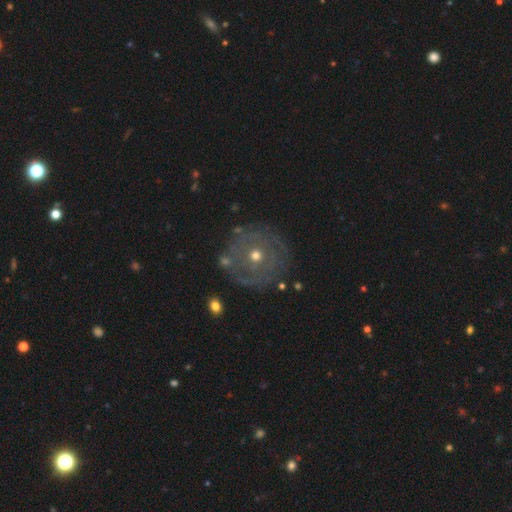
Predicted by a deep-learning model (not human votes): Smooth or featured: featured or disk — 68% (smooth — 22%)
Edge-on disk: no — 96% (yes — 4%)
Bar: no — 87% (weak — 10%)
Spiral arms: yes — 54% (no — 46%)
Bulge size: moderate — 57% (small — 39%)
Merging: none — 76% (minor disturbance — 14%)